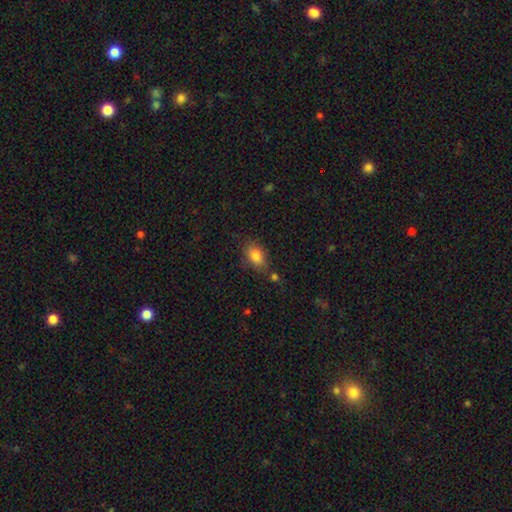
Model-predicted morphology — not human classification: Smooth or featured?
  - smooth: 83% *
  - star or artifact: 9%
  - featured or disk: 8%
How rounded?
  - in between: 85% *
  - round: 13%
  - cigar-shaped: 3%
Merging?
  - none: 69% *
  - minor disturbance: 19%
  - merger: 7%
  - major disturbance: 6%